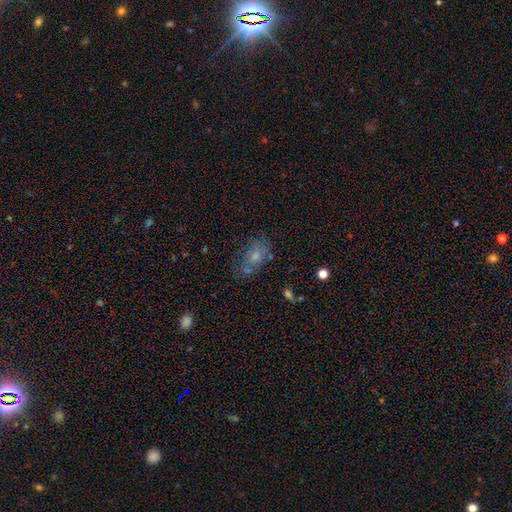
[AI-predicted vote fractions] Morphology: type=smooth (62%); roundness=in between (83%); merging=none (50%).